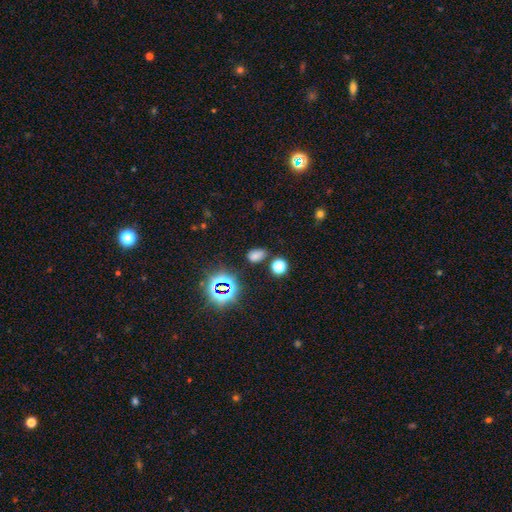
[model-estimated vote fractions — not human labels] Q: Smooth or featured?
A: smooth (66%); runner-up: star or artifact (28%)
Q: How rounded?
A: in between (82%); runner-up: round (17%)
Q: Merging?
A: none (78%); runner-up: minor disturbance (13%)